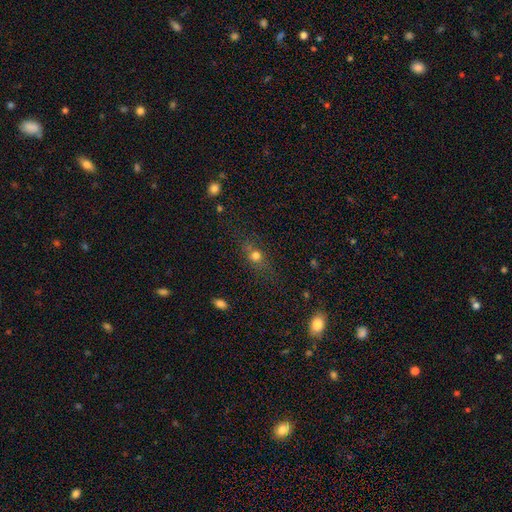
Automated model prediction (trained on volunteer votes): smooth 66%, star or artifact 19%, featured or disk 15%. Down the decision tree: how rounded — round (55%); merging — none (73%).